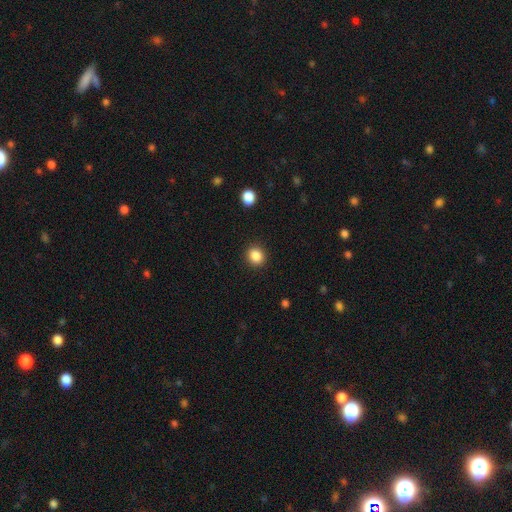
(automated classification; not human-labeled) smooth-or-featured: smooth: 86% | star or artifact: 10% | featured or disk: 3%
  how-rounded: round: 78% | in between: 21% | cigar-shaped: 1%
  merging: none: 91% | minor disturbance: 6% | major disturbance: 2% | merger: 1%